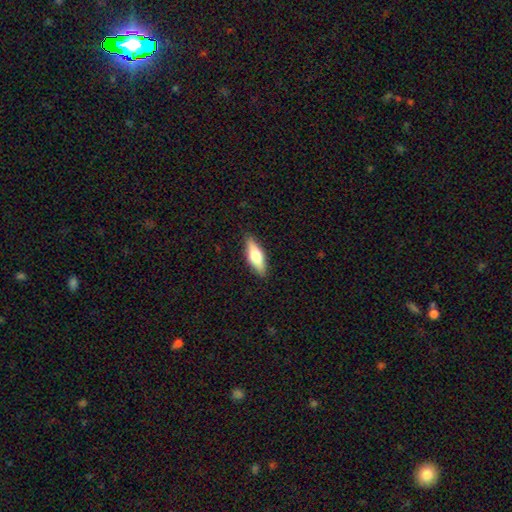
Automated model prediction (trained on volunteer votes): Smooth or featured? smooth (59%)
How rounded? in between (56%)
Merging? none (88%)